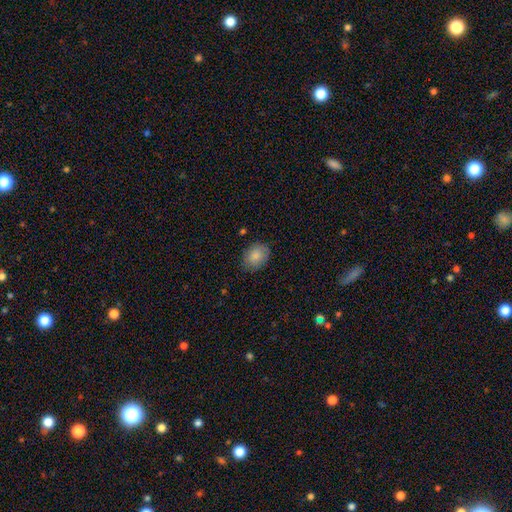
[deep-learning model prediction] Smooth or featured? smooth (86%)
How rounded? in between (67%)
Merging? none (80%)